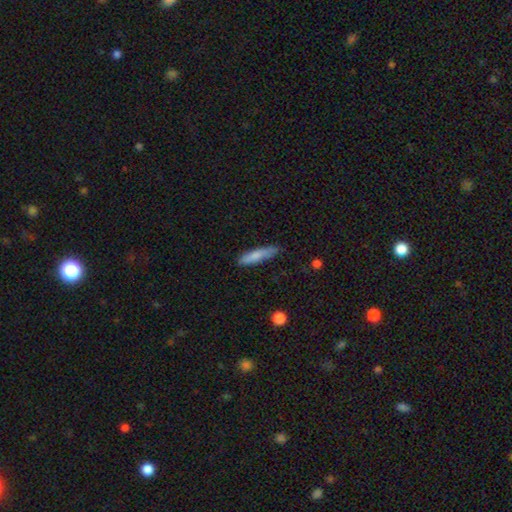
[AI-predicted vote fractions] This appears to be a smooth galaxy with no disk features (79%) that is cigar-shaped (83%). Merging: none (80%).